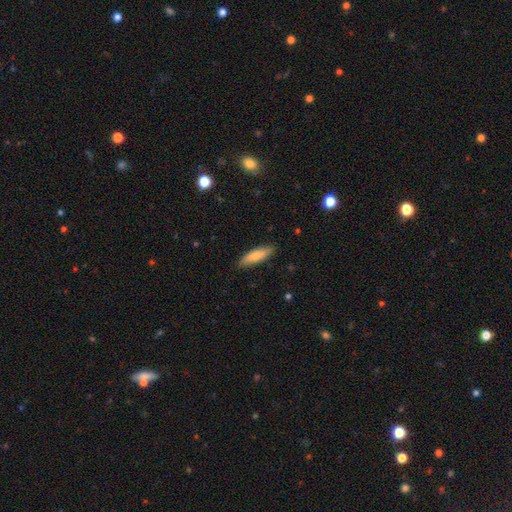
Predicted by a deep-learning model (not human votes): Smooth or featured: smooth — 78% (featured or disk — 17%)
How rounded: cigar-shaped — 54% (in between — 44%)
Merging: none — 87% (minor disturbance — 10%)